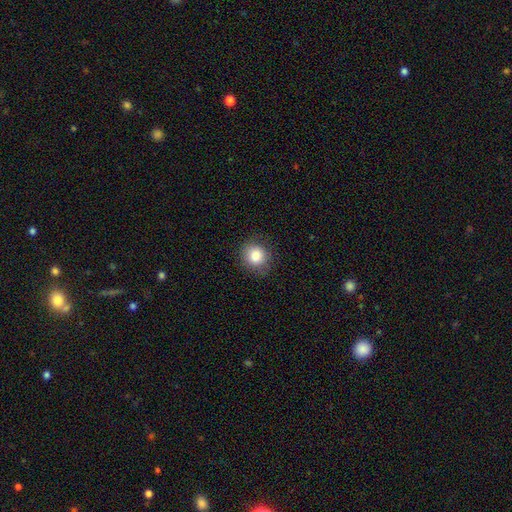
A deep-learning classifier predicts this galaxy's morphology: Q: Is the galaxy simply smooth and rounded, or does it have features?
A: smooth — 84%.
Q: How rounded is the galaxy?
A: round — 82%.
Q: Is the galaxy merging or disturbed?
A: none — 85%.